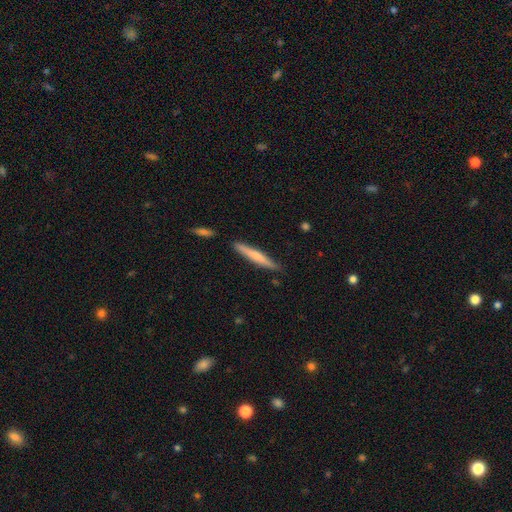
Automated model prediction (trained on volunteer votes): Morphology: type=smooth (60%); roundness=cigar-shaped (95%); merging=none (85%).